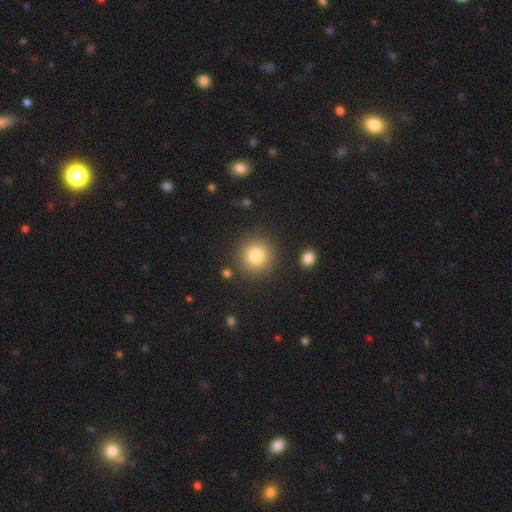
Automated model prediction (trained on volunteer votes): smooth_or_featured: smooth (p=0.81) [alt: star or artifact p=0.11]
how_rounded: round (p=0.94) [alt: in between p=0.05]
merging: none (p=0.87) [alt: minor disturbance p=0.07]